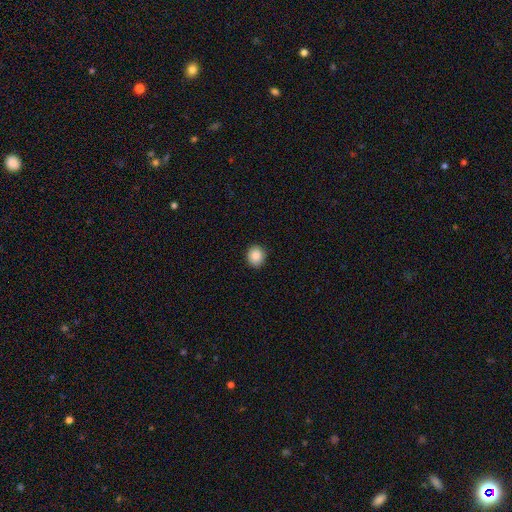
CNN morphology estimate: The model was most divided on "how rounded": round: 82%, in between: 17%, cigar-shaped: 1%. More confident: merging — none (91%); smooth or featured — smooth (87%).